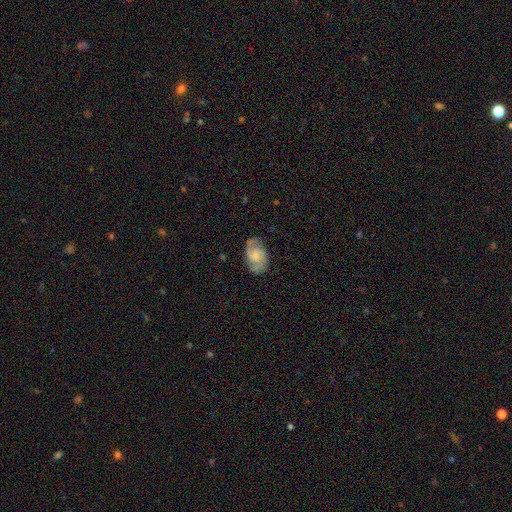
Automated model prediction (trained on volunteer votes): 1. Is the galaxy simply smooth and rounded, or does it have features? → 73% featured or disk, 21% smooth, 7% star or artifact.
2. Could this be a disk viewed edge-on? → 97% no, 3% yes.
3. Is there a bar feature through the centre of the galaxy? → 62% no, 33% weak, 5% strong.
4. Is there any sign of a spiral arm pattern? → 94% yes, 6% no.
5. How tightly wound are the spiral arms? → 51% medium, 25% tight, 24% loose.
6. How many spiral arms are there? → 86% 2, 6% can't tell, 3% 3, 2% 1, 1% 4, 1% more than 4.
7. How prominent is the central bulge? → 36% small, 32% none, 24% moderate, 7% large, 2% dominant.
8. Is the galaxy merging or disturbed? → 73% none, 19% minor disturbance, 7% major disturbance, 1% merger.